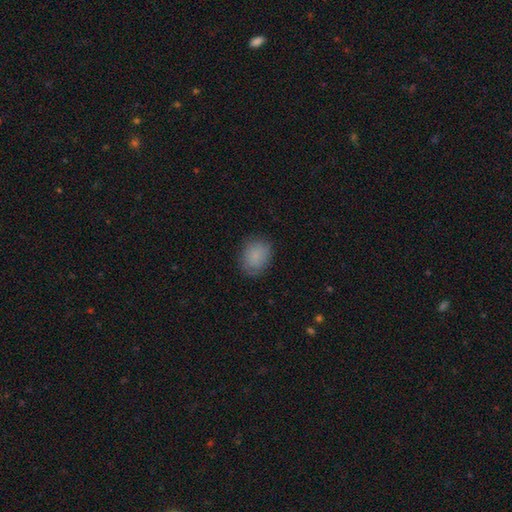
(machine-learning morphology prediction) Smooth or featured?
  - smooth: 85% *
  - star or artifact: 9%
  - featured or disk: 6%
How rounded?
  - round: 54% *
  - in between: 45%
  - cigar-shaped: 1%
Merging?
  - none: 82% *
  - minor disturbance: 14%
  - major disturbance: 4%
  - merger: 1%